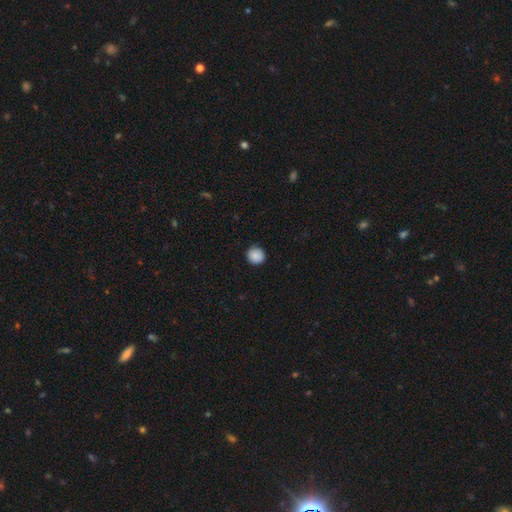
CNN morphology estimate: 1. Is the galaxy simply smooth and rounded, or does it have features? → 88% smooth, 8% star or artifact, 4% featured or disk.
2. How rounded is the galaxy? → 94% round, 5% in between, 1% cigar-shaped.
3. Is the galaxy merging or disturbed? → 90% none, 7% minor disturbance, 2% major disturbance, 1% merger.